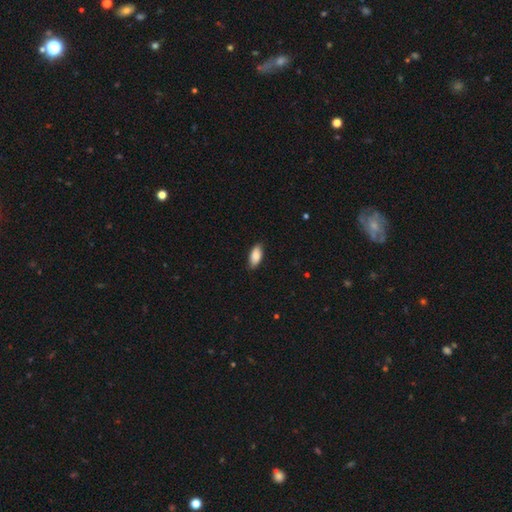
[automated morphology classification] Smooth or featured? smooth (87%)
How rounded? in between (88%)
Merging? none (84%)